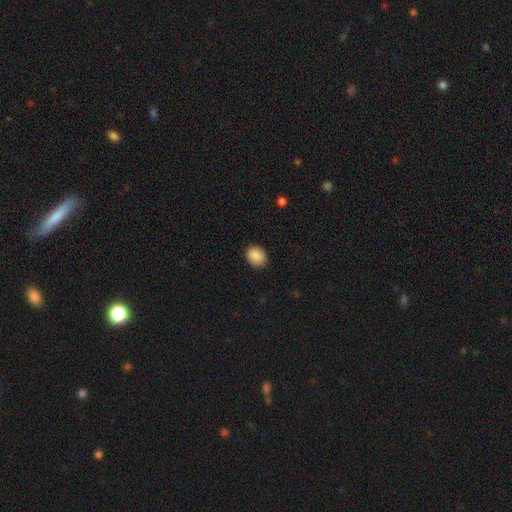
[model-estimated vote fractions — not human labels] Smooth or featured?
  - smooth: 89% *
  - star or artifact: 8%
  - featured or disk: 4%
How rounded?
  - round: 61% *
  - in between: 38%
  - cigar-shaped: 1%
Merging?
  - none: 87% *
  - minor disturbance: 10%
  - major disturbance: 2%
  - merger: 1%